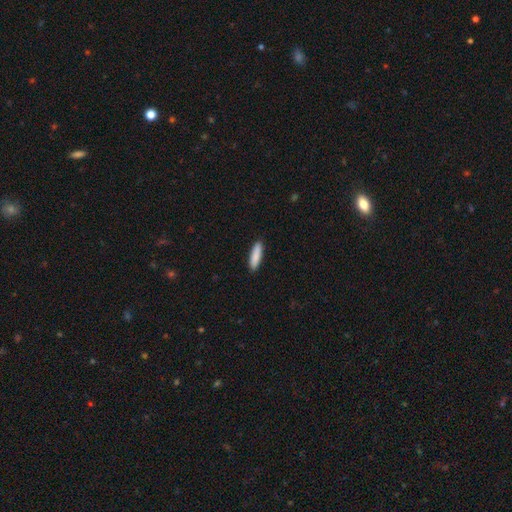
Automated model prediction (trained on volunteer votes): Morphology: type=smooth (88%); roundness=cigar-shaped (73%); merging=none (91%).